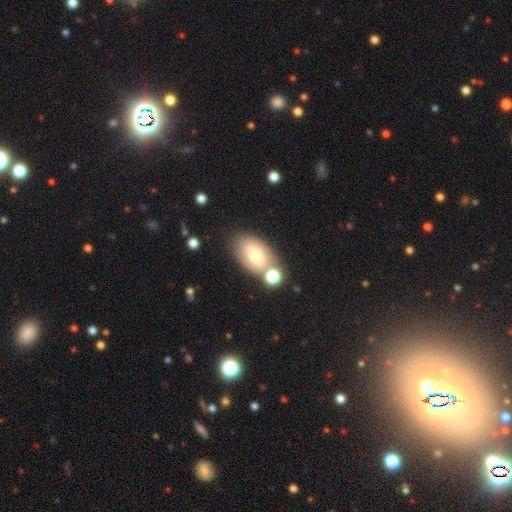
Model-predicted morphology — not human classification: smooth-or-featured: smooth: 67% | featured or disk: 23% | star or artifact: 10%
  how-rounded: in between: 86% | round: 13% | cigar-shaped: 1%
  merging: none: 64% | merger: 16% | minor disturbance: 15% | major disturbance: 5%